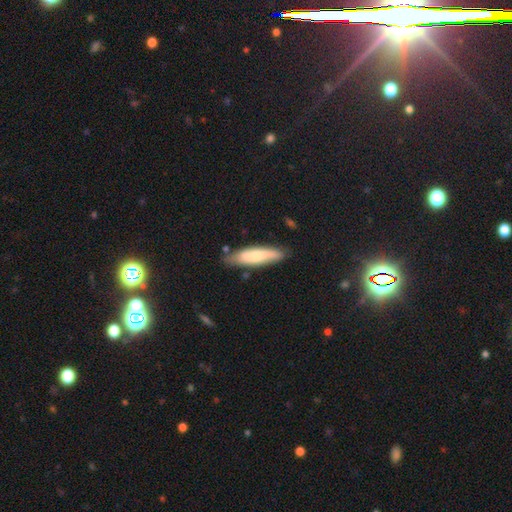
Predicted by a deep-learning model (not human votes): Overall: smooth (69%). How rounded: cigar-shaped (71%). Merging: none (75%).